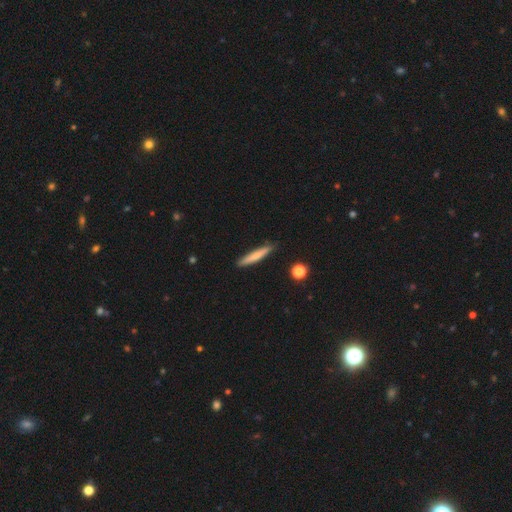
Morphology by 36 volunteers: smooth_or_featured: smooth (p=0.81) [alt: featured or disk p=0.14]
how_rounded: cigar-shaped (p=0.97) [alt: in between p=0.03]
merging: none (p=0.79) [alt: minor disturbance p=0.15]